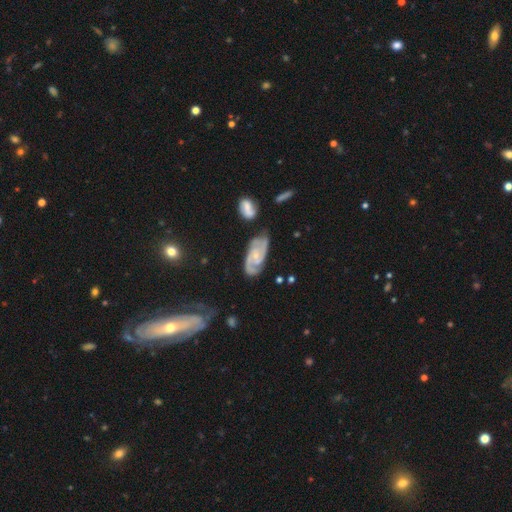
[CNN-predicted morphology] Q: Smooth or featured?
A: featured or disk (85%); runner-up: smooth (10%)
Q: Edge-on disk?
A: no (96%); runner-up: yes (4%)
Q: Bar?
A: no (63%); runner-up: weak (30%)
Q: Spiral arms?
A: yes (96%); runner-up: no (4%)
Q: Spiral winding?
A: tight (49%); runner-up: medium (41%)
Q: Spiral arm count?
A: 2 (71%); runner-up: 3 (11%)
Q: Bulge size?
A: small (68%); runner-up: moderate (26%)
Q: Merging?
A: none (65%); runner-up: minor disturbance (22%)